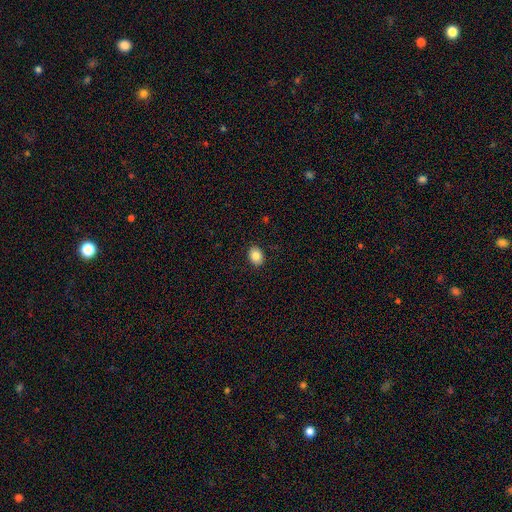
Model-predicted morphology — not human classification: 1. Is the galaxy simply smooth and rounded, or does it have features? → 85% smooth, 8% star or artifact, 7% featured or disk.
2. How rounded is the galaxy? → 65% in between, 35% round, 1% cigar-shaped.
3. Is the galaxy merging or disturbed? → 89% none, 8% minor disturbance, 2% major disturbance, 1% merger.